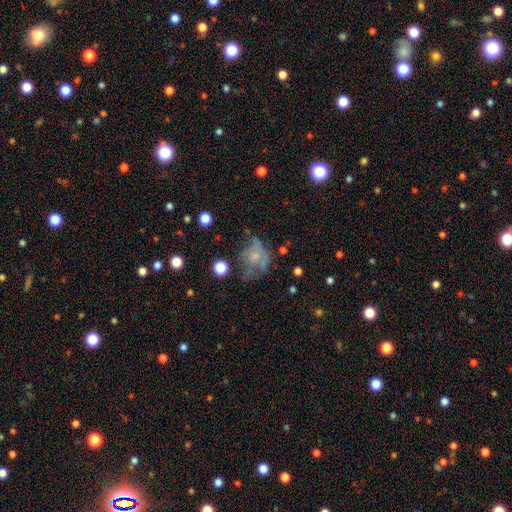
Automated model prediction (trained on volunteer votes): This appears to be a smooth galaxy with no disk features (44%). Merging: major disturbance (36%).